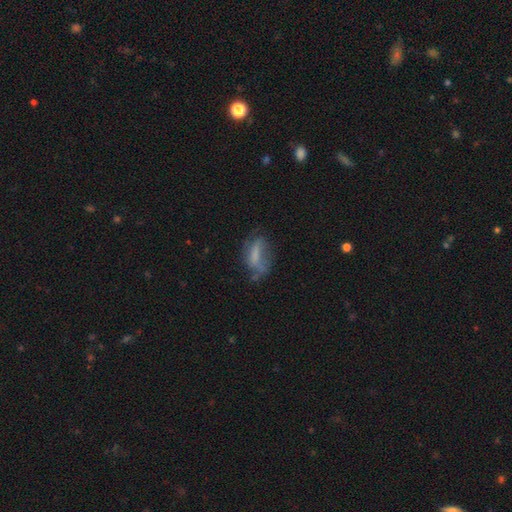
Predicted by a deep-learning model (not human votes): This is possibly a smooth galaxy (52%). How rounded: likely in between (71%). Merging: marginally none (37%).